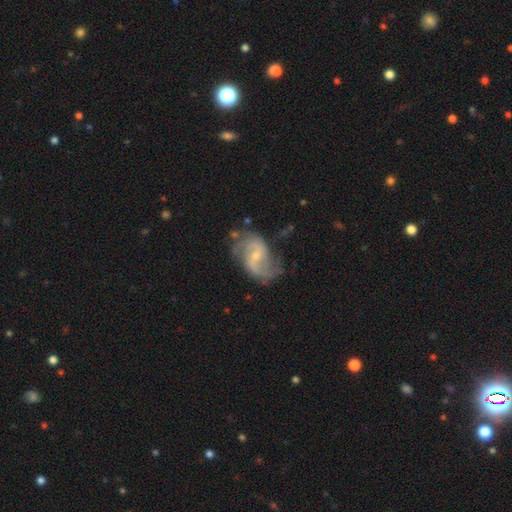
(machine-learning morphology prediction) smooth-or-featured: featured or disk: 84% | smooth: 10% | star or artifact: 6%
  disk-edge-on: no: 97% | yes: 3%
    bar: weak: 54% | no: 32% | strong: 15%
    has-spiral-arms: yes: 94% | no: 6%
      spiral-winding: medium: 44% | loose: 42% | tight: 15%
      spiral-arm-count: 2: 81% | can't tell: 9% | 3: 4% | 1: 3% | 4: 2% | more than 4: 2%
    bulge-size: small: 62% | moderate: 33% | none: 3% | large: 1% | dominant: 1%
  merging: none: 61% | minor disturbance: 24% | major disturbance: 13% | merger: 3%